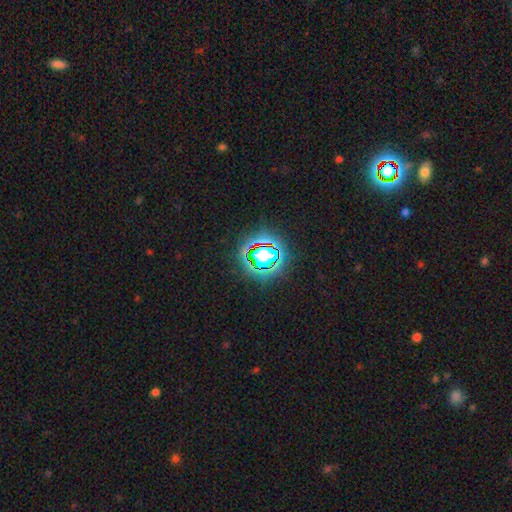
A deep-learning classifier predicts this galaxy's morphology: smooth-or-featured: star or artifact: 80% | smooth: 12% | featured or disk: 8%